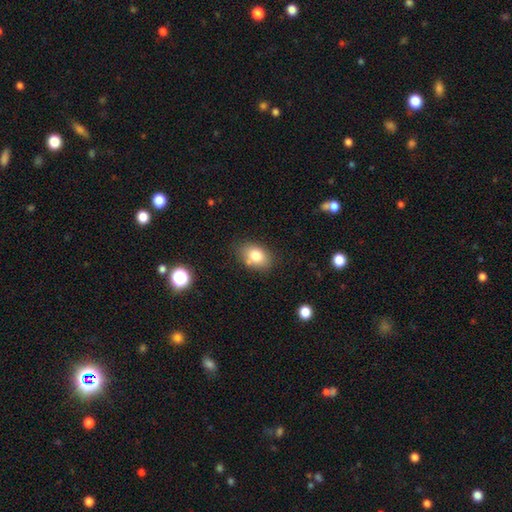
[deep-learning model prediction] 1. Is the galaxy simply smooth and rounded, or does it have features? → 80% smooth, 11% featured or disk, 9% star or artifact.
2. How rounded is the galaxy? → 80% in between, 19% round, 1% cigar-shaped.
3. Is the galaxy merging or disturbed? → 72% none, 17% minor disturbance, 7% merger, 4% major disturbance.